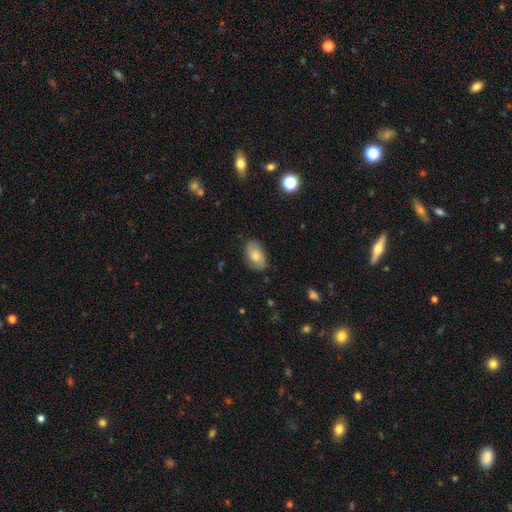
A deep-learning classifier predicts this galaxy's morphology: This is possibly a smooth galaxy (57%). How rounded: clearly in between (90%). Merging: likely none (80%).